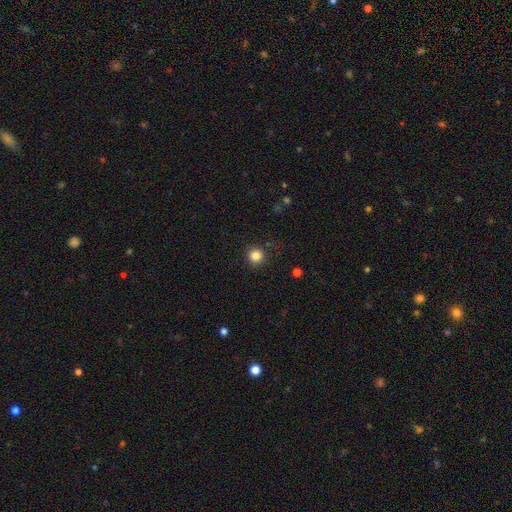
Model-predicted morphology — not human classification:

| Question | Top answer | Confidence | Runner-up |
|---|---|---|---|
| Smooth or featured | smooth | 84% | star or artifact (12%) |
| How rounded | round | 95% | in between (4%) |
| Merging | none | 90% | minor disturbance (7%) |